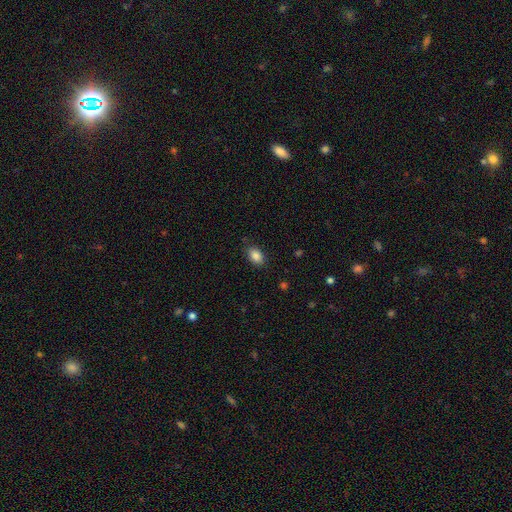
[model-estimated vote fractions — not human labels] smooth 86%, star or artifact 8%, featured or disk 5%. Down the decision tree: how rounded — in between (85%); merging — none (84%).